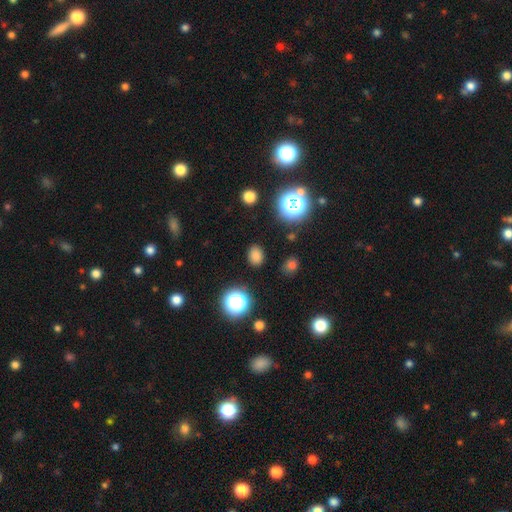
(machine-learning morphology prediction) smooth 77%, star or artifact 18%, featured or disk 5%. Down the decision tree: how rounded — in between (61%); merging — none (86%).